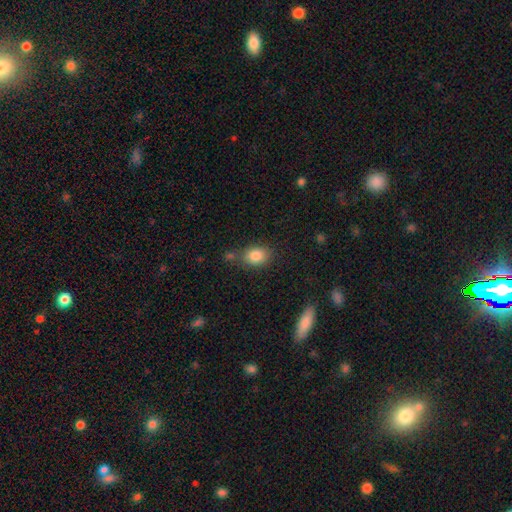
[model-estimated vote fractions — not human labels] Smooth or featured: smooth — 85% (star or artifact — 9%)
How rounded: in between — 72% (round — 27%)
Merging: none — 68% (minor disturbance — 16%)